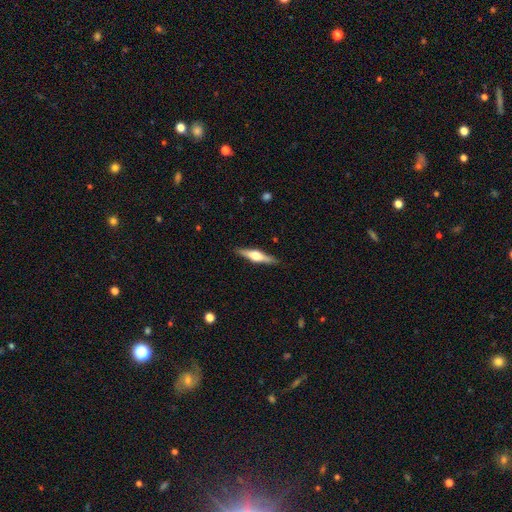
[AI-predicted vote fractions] The model was most divided on "smooth or featured": featured or disk: 65%, smooth: 30%, star or artifact: 5%. More confident: edge-on disk — yes (97%); edge-on bulge — rounded (93%); merging — none (89%).